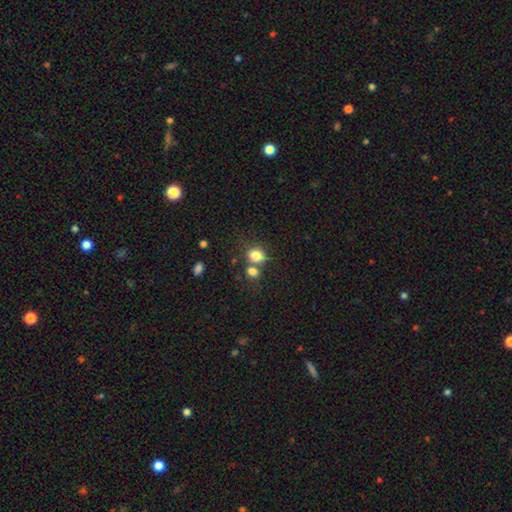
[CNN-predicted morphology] A smooth galaxy with no disk features (81%) that is round (66%). Merging: none (54%).